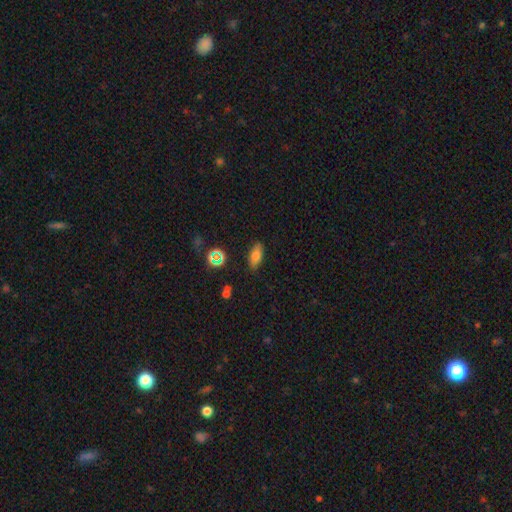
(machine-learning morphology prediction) smooth-or-featured: smooth: 73% | featured or disk: 14% | star or artifact: 13%
  how-rounded: in between: 80% | cigar-shaped: 15% | round: 5%
  merging: none: 85% | minor disturbance: 11% | major disturbance: 3% | merger: 2%